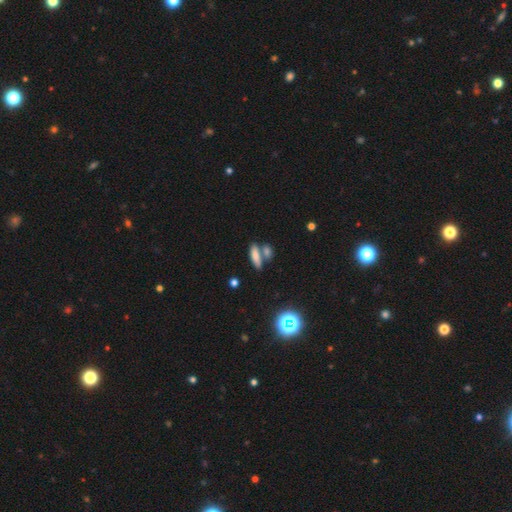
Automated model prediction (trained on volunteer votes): A smooth galaxy with no disk features (72%) that is cigar-shaped (48%).

Vote fractions:
- Smooth or featured? smooth: 72% / featured or disk: 16% / star or artifact: 12%
- How rounded? cigar-shaped: 48% / in between: 47% / round: 5%
- Merging? none: 50% / merger: 36% / minor disturbance: 10% / major disturbance: 4%